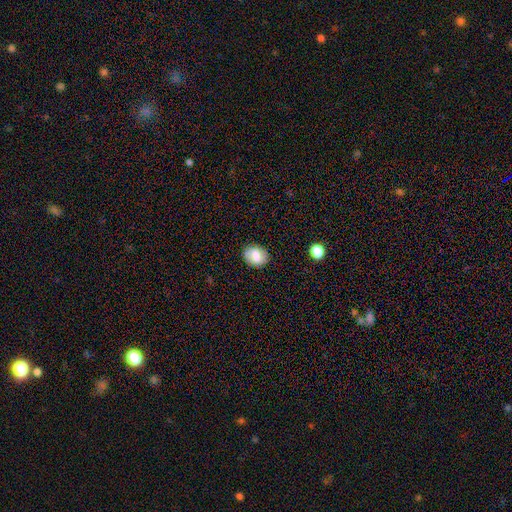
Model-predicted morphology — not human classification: Smooth or featured? smooth (68%)
How rounded? in between (56%)
Merging? none (83%)